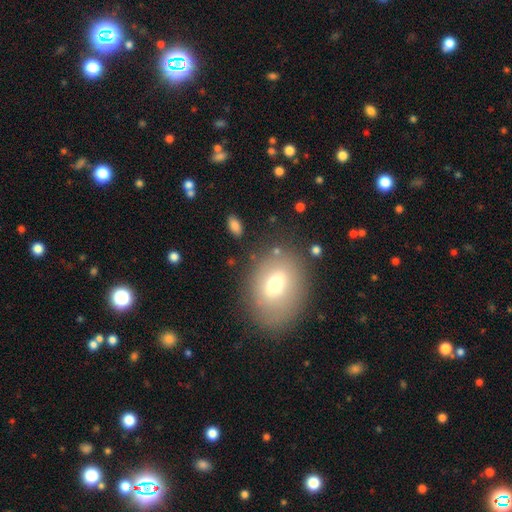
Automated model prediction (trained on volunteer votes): Smooth or featured? smooth (56%)
How rounded? in between (72%)
Merging? none (83%)